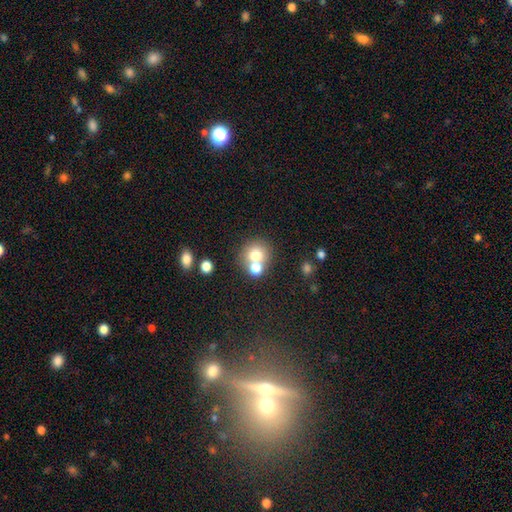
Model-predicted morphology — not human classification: The model was most divided on "merging": none: 48%, merger: 41%, minor disturbance: 7%, major disturbance: 4%. More confident: how rounded — round (83%); smooth or featured — smooth (72%).